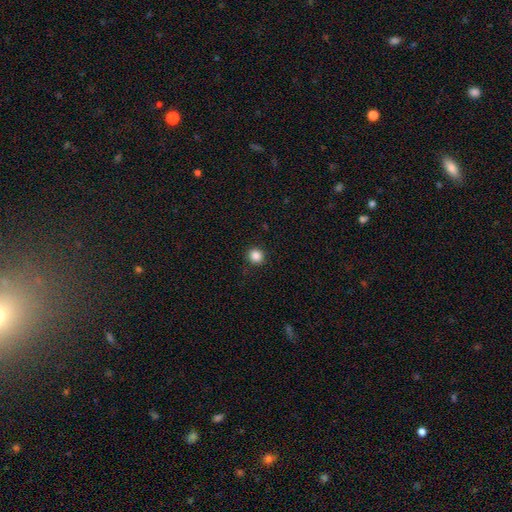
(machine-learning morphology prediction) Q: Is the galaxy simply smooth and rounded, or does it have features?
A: smooth — 86%.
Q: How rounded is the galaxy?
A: round — 90%.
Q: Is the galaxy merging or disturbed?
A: none — 91%.